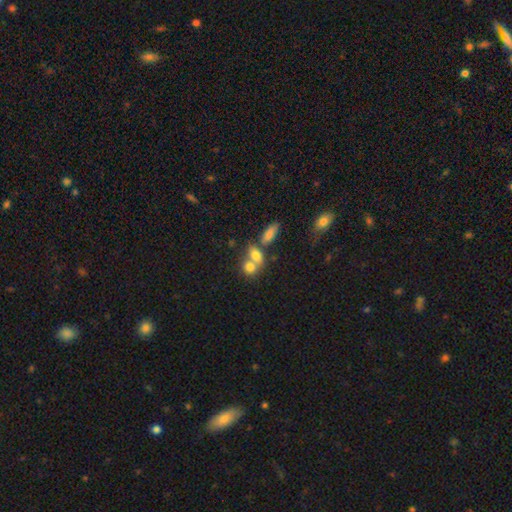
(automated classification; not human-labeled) This appears to be a smooth galaxy with no disk features (75%) that is in between round and cigar-shaped (56%). Merging: merger (62%).